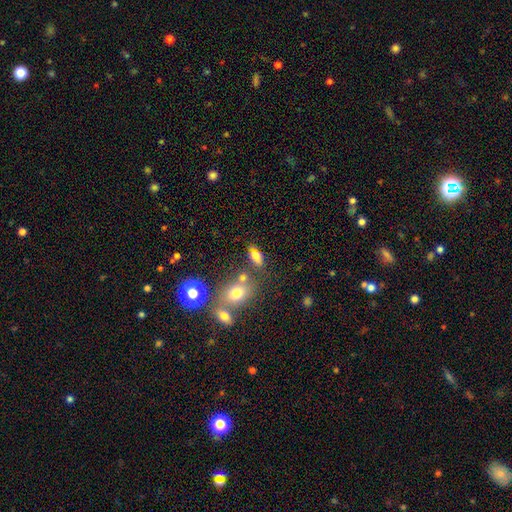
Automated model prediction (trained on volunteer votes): Smooth or featured? smooth (74%)
How rounded? in between (81%)
Merging? none (61%)